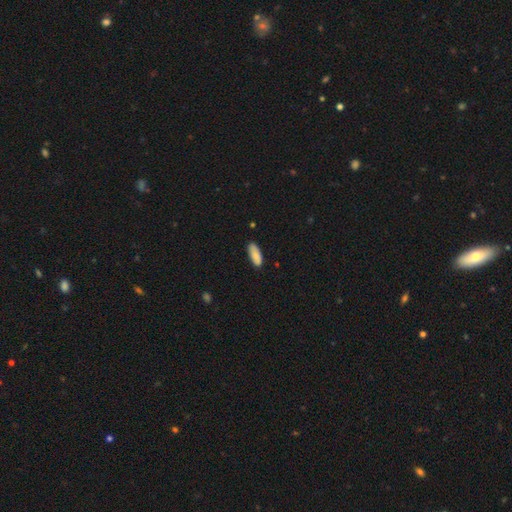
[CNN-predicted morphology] A smooth galaxy with no disk features (88%) that is in between round and cigar-shaped (72%). Merging: none (81%).